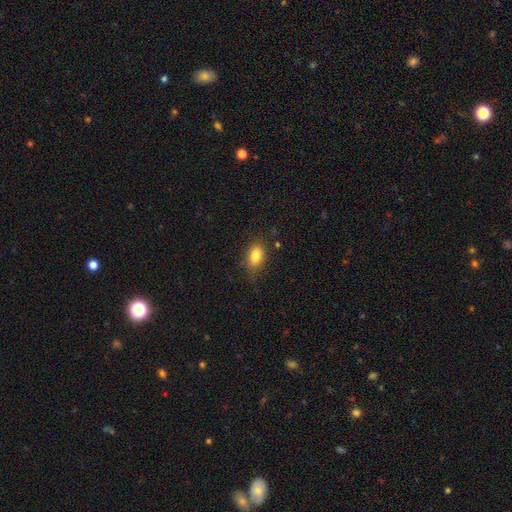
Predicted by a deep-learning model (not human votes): smooth 83%, star or artifact 9%, featured or disk 9%. Down the decision tree: how rounded — in between (85%); merging — none (77%).